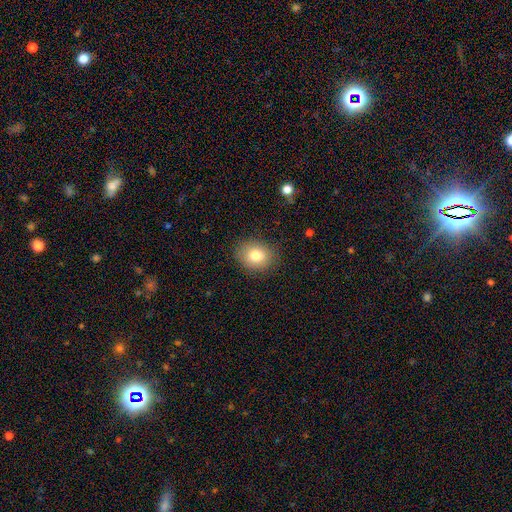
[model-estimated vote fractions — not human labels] Smooth or featured? smooth (80%)
How rounded? round (52%)
Merging? none (86%)